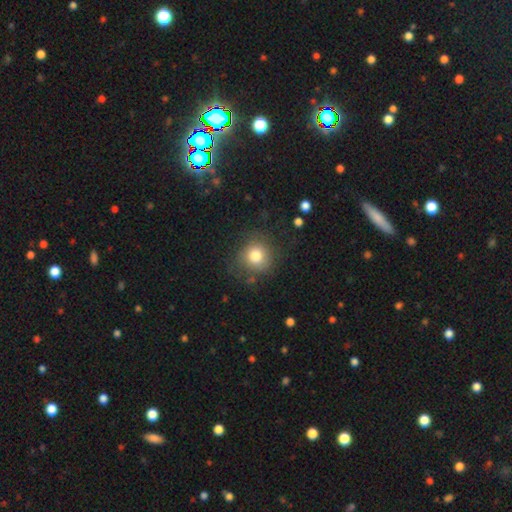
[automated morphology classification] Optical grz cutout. It shows a smooth galaxy with no disk features (79%) that is round (88%). Merging: none (76%).